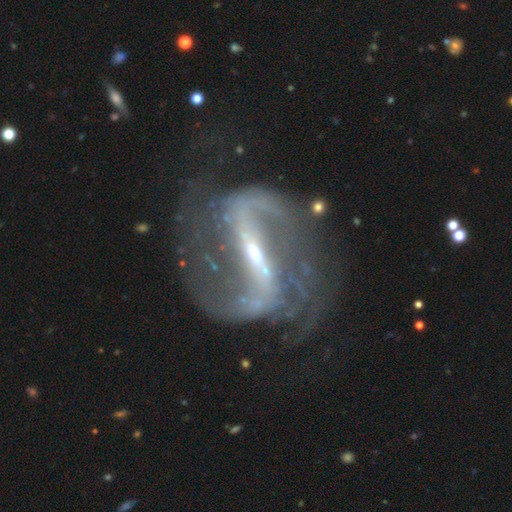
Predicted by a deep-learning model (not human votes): Overall: featured or disk (92%). Edge-on disk: no (96%). Bar: strong (68%). Spiral arms: yes (97%). Spiral arm count: 2 (86%). Spiral winding: medium (46%; loose 39%). Bulge size: small (71%). Merging: none (61%).